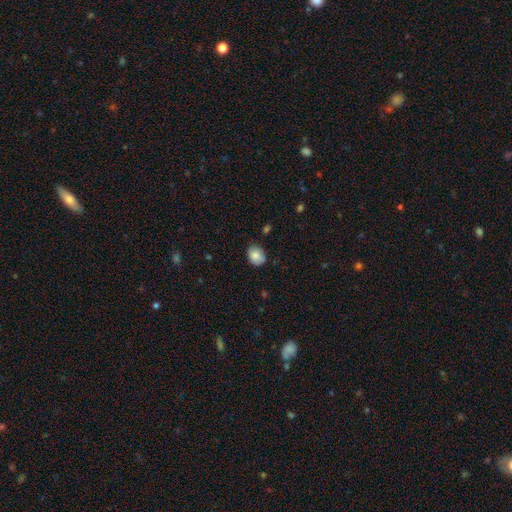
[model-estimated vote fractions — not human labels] Smooth or featured? smooth (84%)
How rounded? in between (58%)
Merging? none (76%)